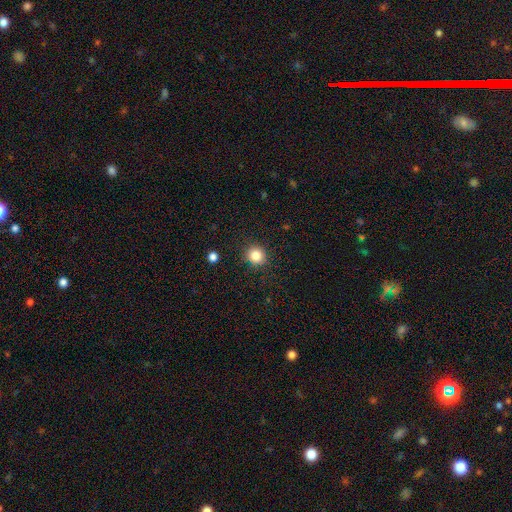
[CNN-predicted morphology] This appears to be a smooth galaxy with no disk features (85%) that is round (91%). Merging: none (90%).